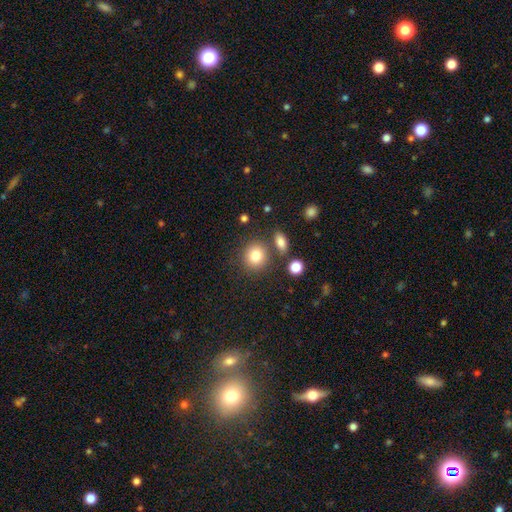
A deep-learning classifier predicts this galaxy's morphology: A smooth galaxy with no disk features (83%) that is round (80%).

Vote fractions:
- Smooth or featured? smooth: 83% / star or artifact: 10% / featured or disk: 8%
- How rounded? round: 80% / in between: 19% / cigar-shaped: 1%
- Merging? none: 75% / merger: 11% / minor disturbance: 10% / major disturbance: 4%